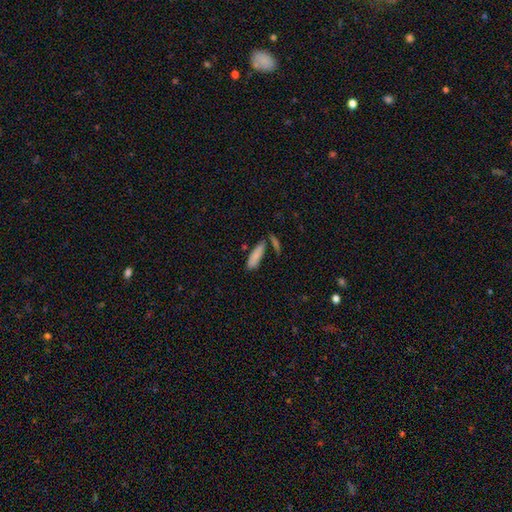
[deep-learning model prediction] Smooth or featured: smooth — 82% (featured or disk — 11%)
How rounded: in between — 49% (tied with cigar-shaped — 49%)
Merging: none — 65% (minor disturbance — 17%)